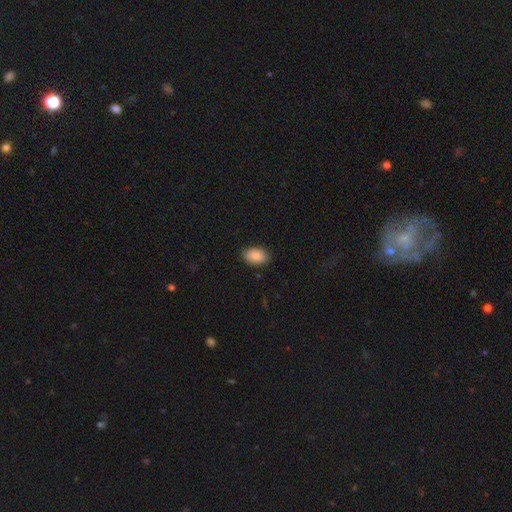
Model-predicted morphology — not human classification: This is clearly a smooth galaxy (86%). How rounded: clearly in between (89%). Merging: clearly none (87%).